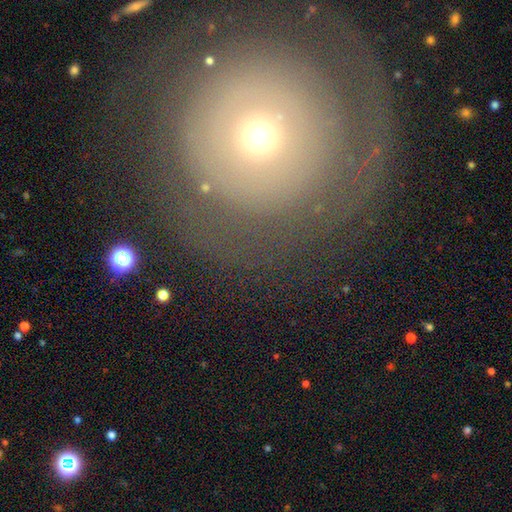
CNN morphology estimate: A featured or disk galaxy (50%).

Vote fractions:
- Smooth or featured? featured or disk: 50% / smooth: 35% / star or artifact: 14%
- Edge-on disk? no: 95% / yes: 5%
- Merging? none: 71% / major disturbance: 14% / minor disturbance: 13% / merger: 3%